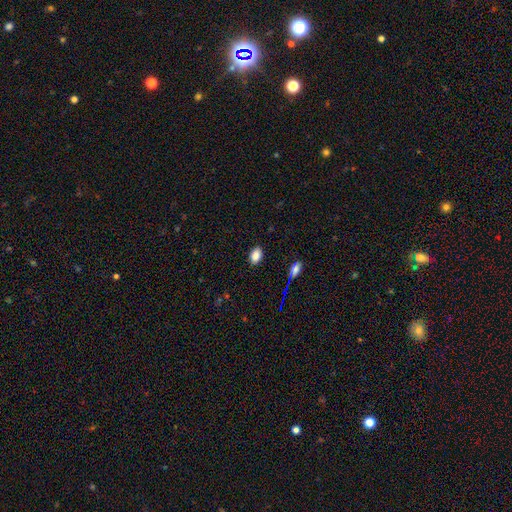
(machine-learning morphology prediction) A smooth galaxy with no disk features (86%) that is in between round and cigar-shaped (85%).

Vote fractions:
- Smooth or featured? smooth: 86% / star or artifact: 10% / featured or disk: 5%
- How rounded? in between: 85% / round: 13% / cigar-shaped: 2%
- Merging? none: 86% / minor disturbance: 10% / major disturbance: 2% / merger: 1%